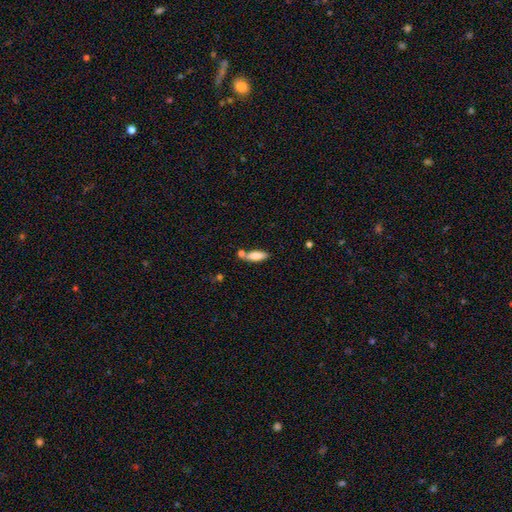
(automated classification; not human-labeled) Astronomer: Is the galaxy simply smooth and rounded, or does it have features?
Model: smooth — 82%.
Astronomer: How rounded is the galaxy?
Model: in between — 62%.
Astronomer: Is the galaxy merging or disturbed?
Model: none — 63%.